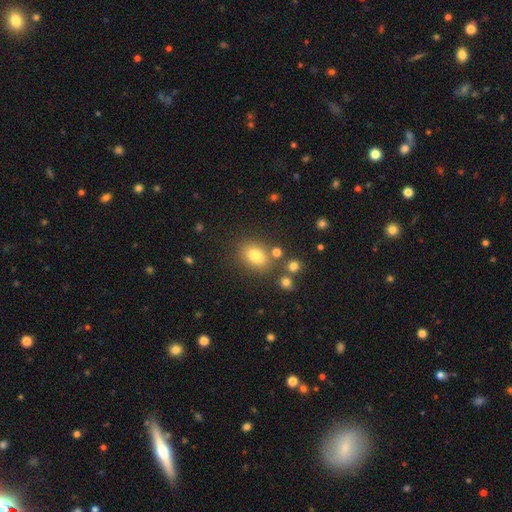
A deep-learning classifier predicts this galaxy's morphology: A smooth galaxy with no disk features (79%) that is in between round and cigar-shaped (71%).

Vote fractions:
- Smooth or featured? smooth: 79% / star or artifact: 12% / featured or disk: 9%
- How rounded? in between: 71% / round: 27% / cigar-shaped: 2%
- Merging? none: 77% / minor disturbance: 12% / merger: 8% / major disturbance: 4%